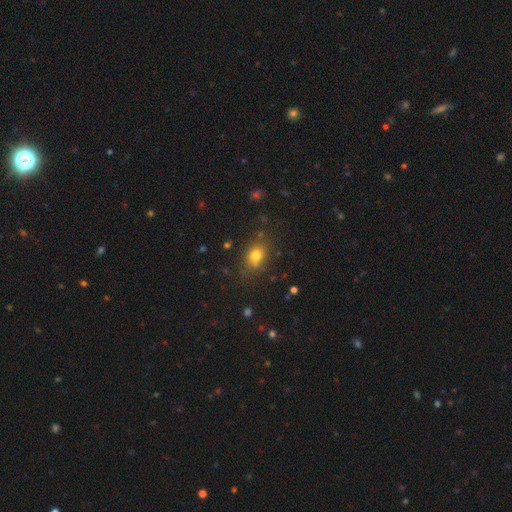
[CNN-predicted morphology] Smooth or featured? Predicted: smooth (p=0.77). How rounded? Predicted: in between (p=0.59). Merging? Predicted: none (p=0.77).